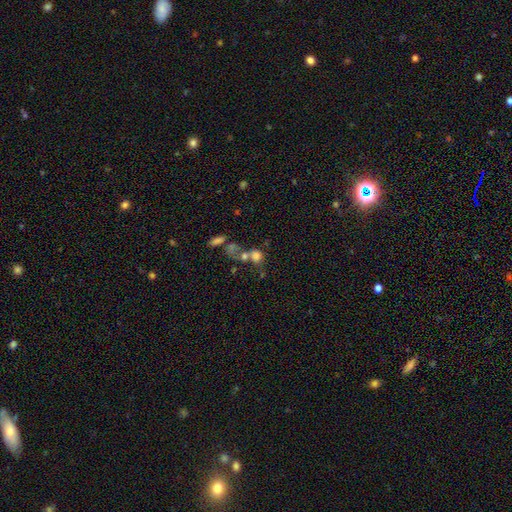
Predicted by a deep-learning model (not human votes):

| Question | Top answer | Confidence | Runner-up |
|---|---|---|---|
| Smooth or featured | smooth | 71% | featured or disk (15%) |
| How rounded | round | 74% | in between (24%) |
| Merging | merger | 49% | none (33%) |